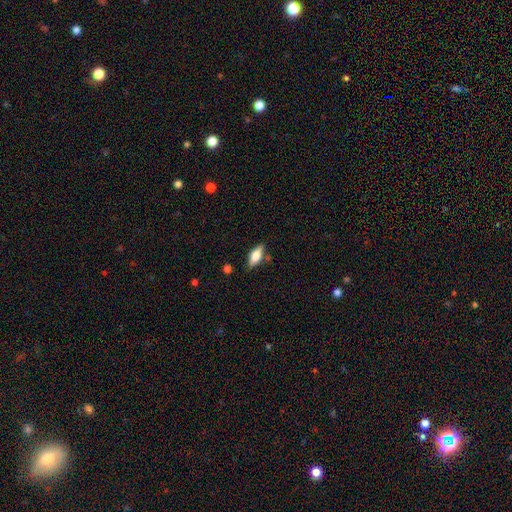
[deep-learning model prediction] Smooth or featured?
  - smooth: 62% *
  - featured or disk: 31%
  - star or artifact: 7%
How rounded?
  - in between: 71% *
  - cigar-shaped: 26%
  - round: 3%
Merging?
  - none: 79% *
  - minor disturbance: 14%
  - merger: 4%
  - major disturbance: 3%